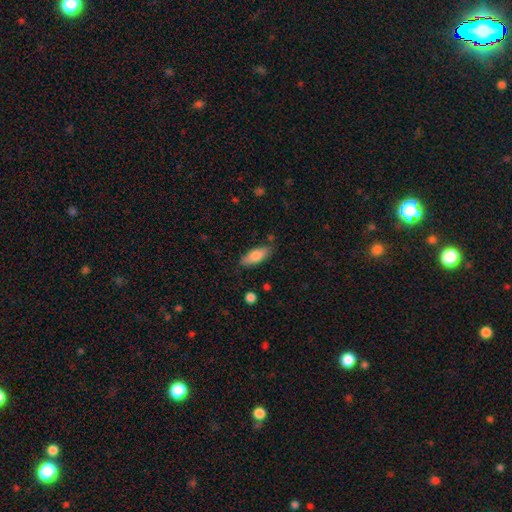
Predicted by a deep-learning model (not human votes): Smooth or featured: smooth — 79% (featured or disk — 14%)
How rounded: in between — 75% (cigar-shaped — 23%)
Merging: none — 80% (minor disturbance — 15%)